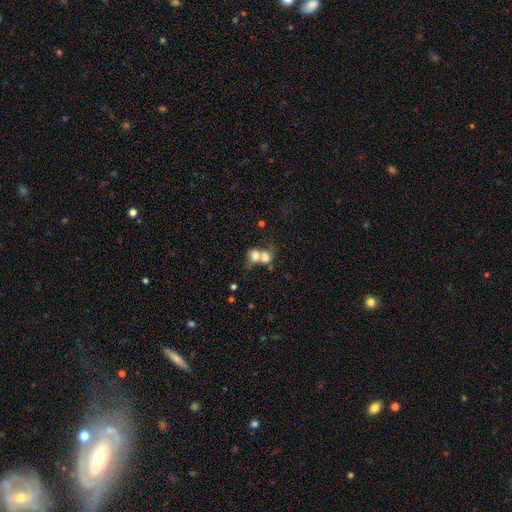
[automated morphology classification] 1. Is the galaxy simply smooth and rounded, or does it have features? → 72% smooth, 17% featured or disk, 11% star or artifact.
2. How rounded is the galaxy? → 63% round, 35% in between, 1% cigar-shaped.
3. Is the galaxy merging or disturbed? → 71% merger, 19% none, 6% minor disturbance, 5% major disturbance.